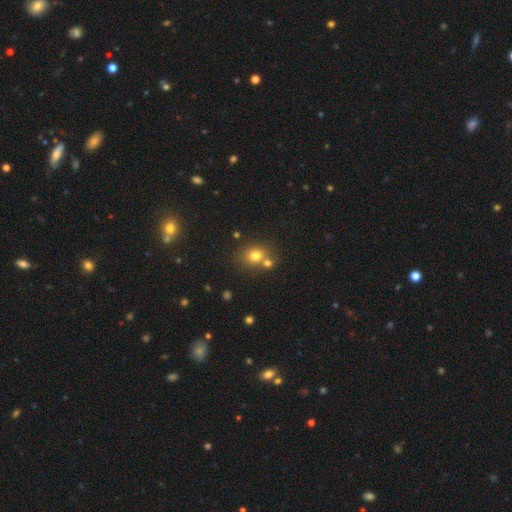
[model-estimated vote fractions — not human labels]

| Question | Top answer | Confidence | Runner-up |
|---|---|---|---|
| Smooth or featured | smooth | 75% | star or artifact (14%) |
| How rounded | round | 64% | in between (35%) |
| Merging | none | 58% | merger (27%) |